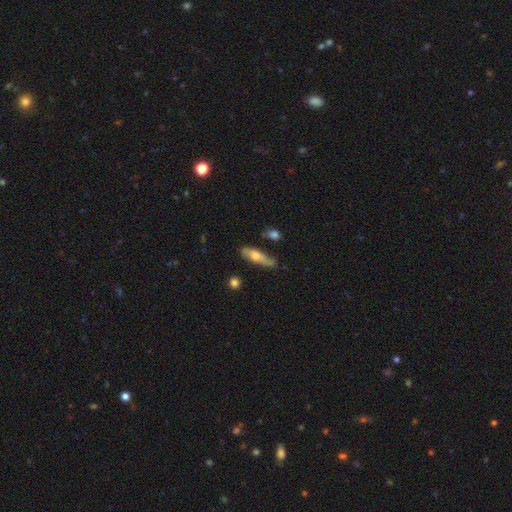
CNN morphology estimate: Overall: smooth (58%; featured or disk 36%). How rounded: cigar-shaped (51%; in between 46%). Merging: none (55%; minor disturbance 29%).